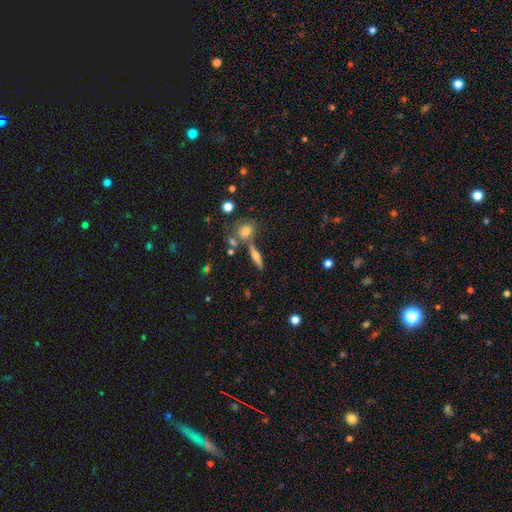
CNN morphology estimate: The model was most divided on "smooth or featured": smooth: 50%, featured or disk: 40%, star or artifact: 10%. More confident: merging — none (66%).